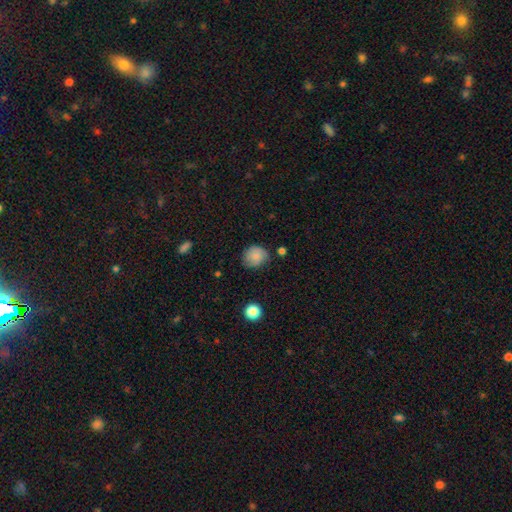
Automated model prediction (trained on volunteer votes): Q: Smooth or featured?
A: smooth (77%); runner-up: featured or disk (14%)
Q: How rounded?
A: round (78%); runner-up: in between (21%)
Q: Merging?
A: none (70%); runner-up: minor disturbance (23%)